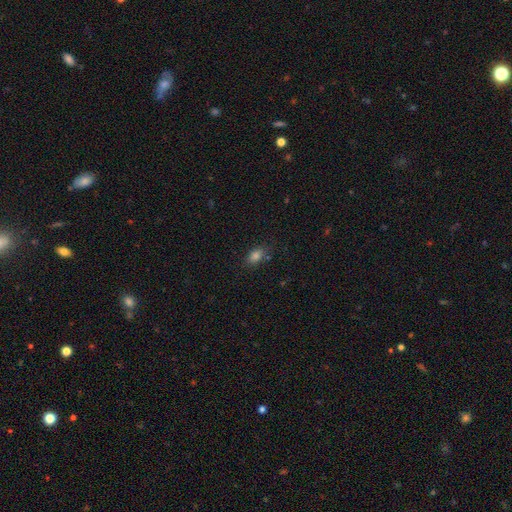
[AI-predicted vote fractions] This appears to be a smooth galaxy with no disk features (80%) that is in between round and cigar-shaped (84%). Merging: none (78%).